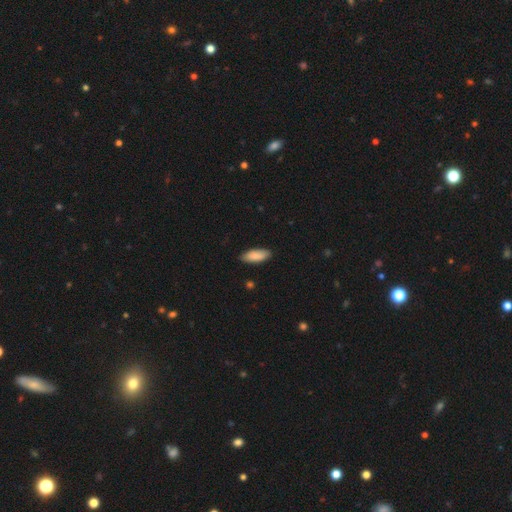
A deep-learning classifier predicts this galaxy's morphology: This is clearly a smooth galaxy (88%). How rounded: likely in between (75%). Merging: clearly none (85%).